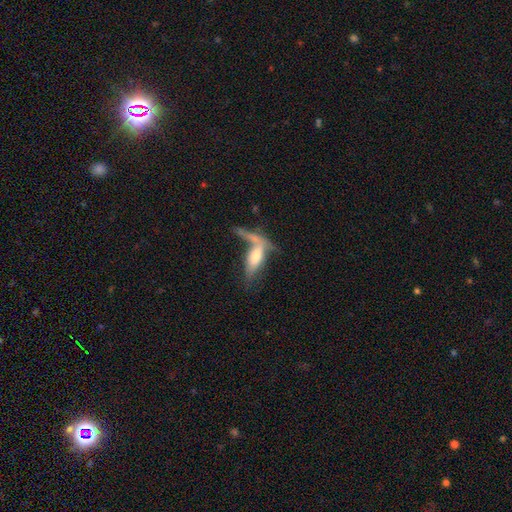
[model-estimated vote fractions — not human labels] smooth 52%, featured or disk 40%, star or artifact 8%. Down the decision tree: how rounded — in between (55%); merging — merger (39%).